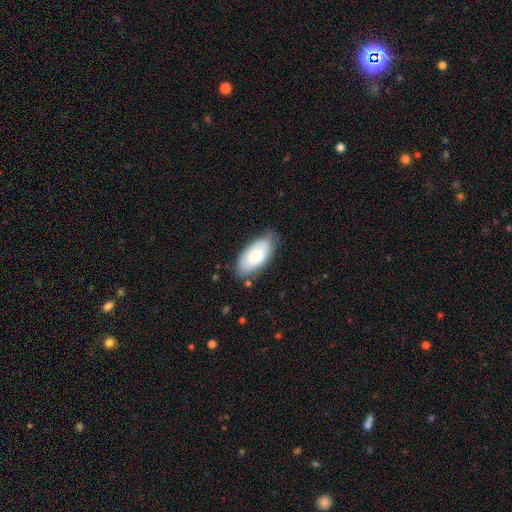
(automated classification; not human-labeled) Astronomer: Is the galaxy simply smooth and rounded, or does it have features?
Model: smooth — 76%.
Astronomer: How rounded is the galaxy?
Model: in between — 93%.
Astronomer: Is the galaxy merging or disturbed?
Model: none — 71%.